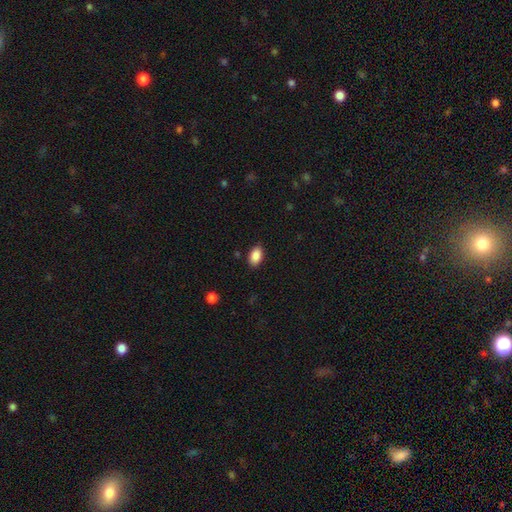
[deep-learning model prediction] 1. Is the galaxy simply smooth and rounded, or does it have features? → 89% smooth, 8% star or artifact, 3% featured or disk.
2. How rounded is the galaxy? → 91% in between, 8% round, 1% cigar-shaped.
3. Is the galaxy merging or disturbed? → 87% none, 9% minor disturbance, 2% major disturbance, 1% merger.